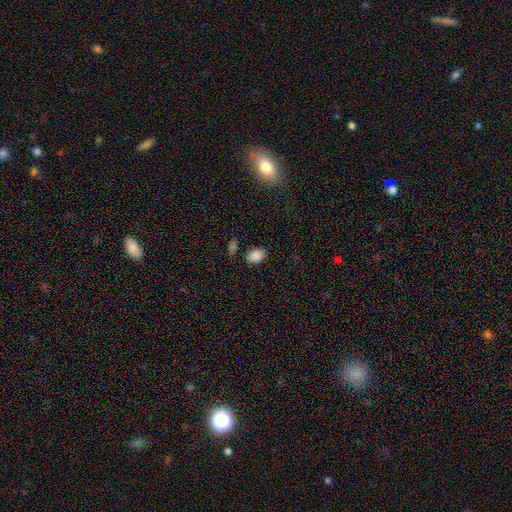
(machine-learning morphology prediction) This appears to be a smooth galaxy with no disk features (86%) that is in between round and cigar-shaped (77%). Merging: none (79%).